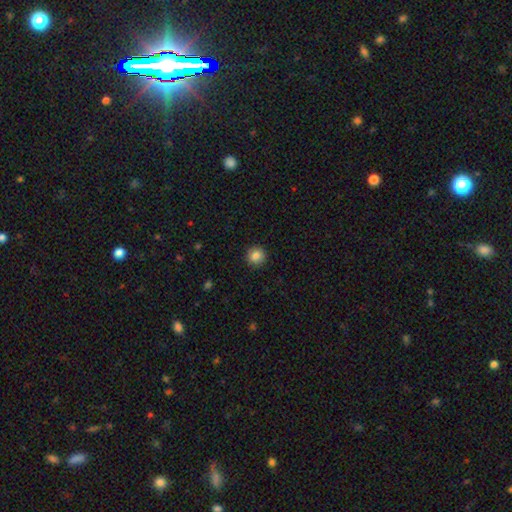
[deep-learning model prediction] Overall: smooth (86%). How rounded: round (92%). Merging: none (92%).